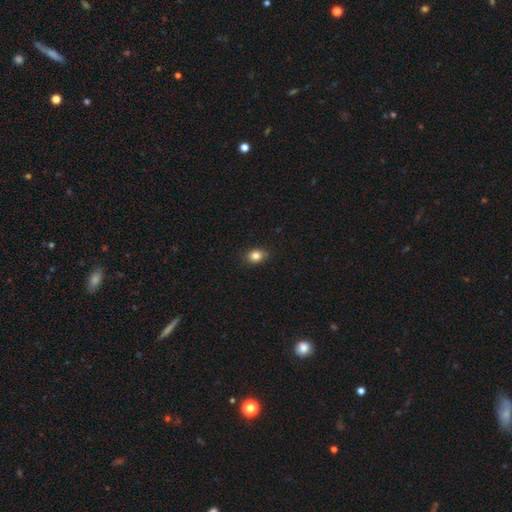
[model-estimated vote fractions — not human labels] smooth_or_featured: smooth (p=0.85) [alt: star or artifact p=0.10]
how_rounded: in between (p=0.57) [alt: round p=0.41]
merging: none (p=0.85) [alt: minor disturbance p=0.12]